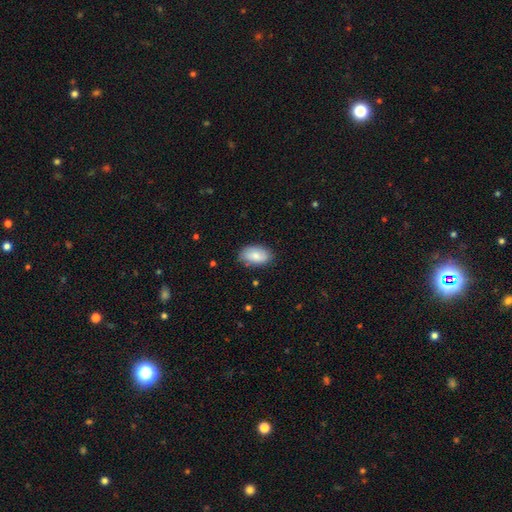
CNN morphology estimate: smooth 79%, featured or disk 15%, star or artifact 6%. Down the decision tree: how rounded — in between (93%); merging — none (80%).